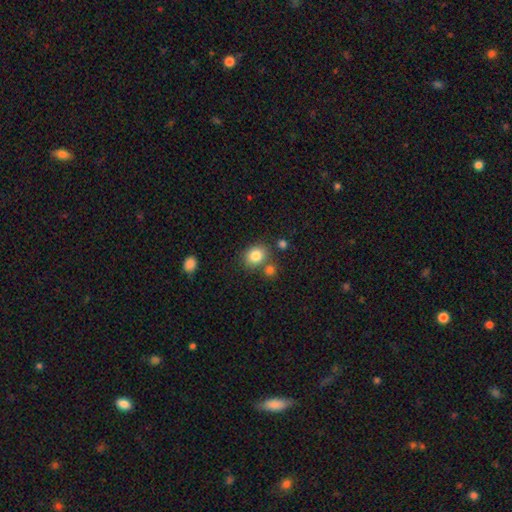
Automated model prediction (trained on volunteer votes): smooth_or_featured: smooth (p=0.83) [alt: star or artifact p=0.10]
how_rounded: round (p=0.62) [alt: in between p=0.38]
merging: none (p=0.71) [alt: merger p=0.15]